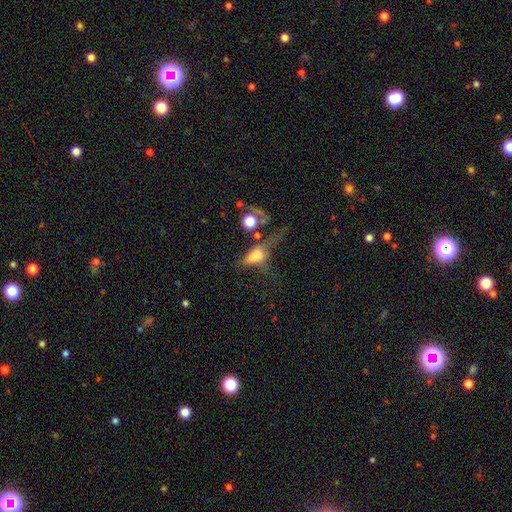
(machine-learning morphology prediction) Smooth or featured? Predicted: smooth (p=0.58). How rounded? Predicted: in between (p=0.69). Merging? Predicted: major disturbance (p=0.46).